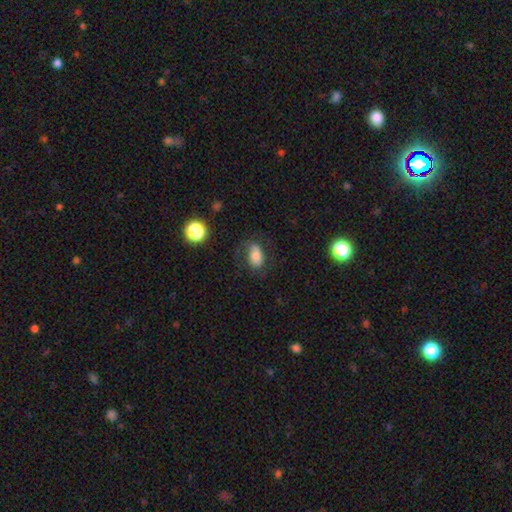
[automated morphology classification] smooth_or_featured: smooth (p=0.73) [alt: featured or disk p=0.17]
how_rounded: in between (p=0.85) [alt: round p=0.13]
merging: none (p=0.69) [alt: minor disturbance p=0.18]